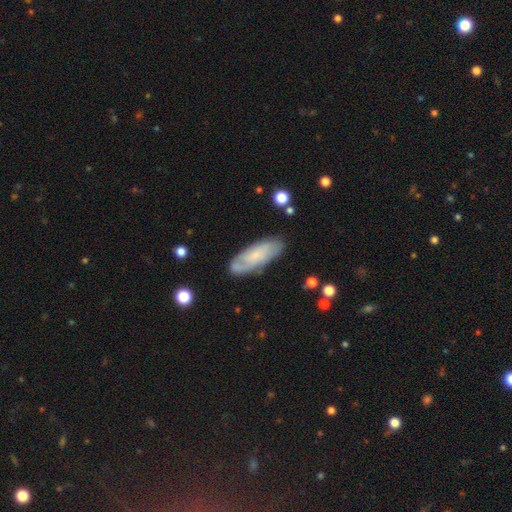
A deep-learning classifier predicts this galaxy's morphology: The model was most divided on "smooth or featured": smooth: 51%, featured or disk: 42%, star or artifact: 7%. More confident: merging — none (78%); how rounded — in between (68%).